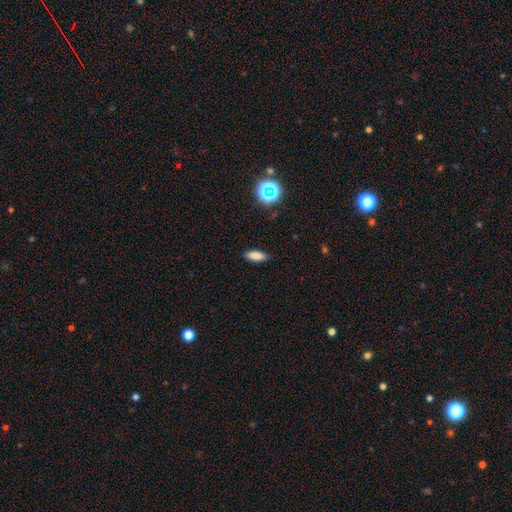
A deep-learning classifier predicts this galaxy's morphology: type=smooth (81%); roundness=in between (69%); merging=none (88%).